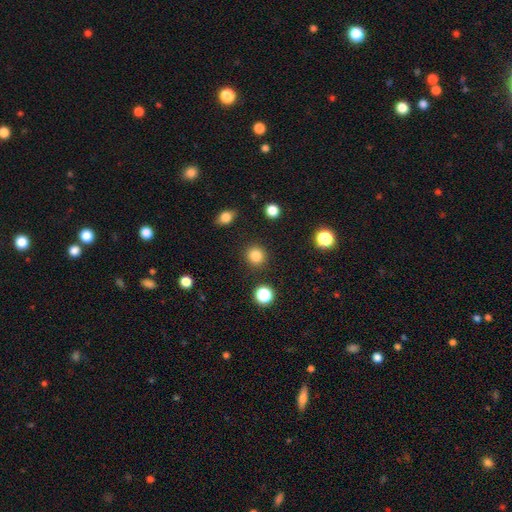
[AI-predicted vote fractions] smooth_or_featured: smooth (p=0.84) [alt: star or artifact p=0.12]
how_rounded: round (p=0.91) [alt: in between p=0.08]
merging: none (p=0.90) [alt: minor disturbance p=0.06]